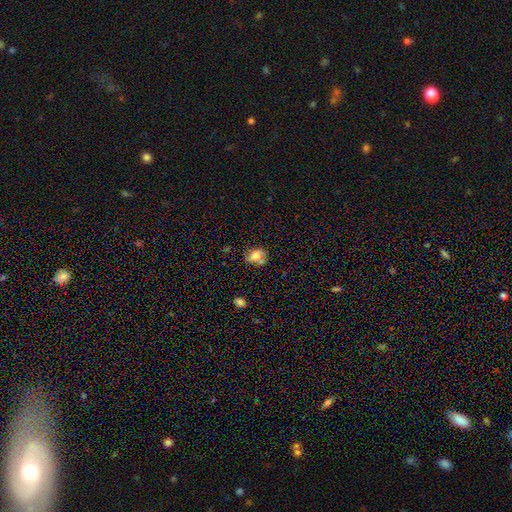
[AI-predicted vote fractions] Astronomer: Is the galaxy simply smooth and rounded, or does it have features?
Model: smooth — 69%.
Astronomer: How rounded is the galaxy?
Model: in between — 72%.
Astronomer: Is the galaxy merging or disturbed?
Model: none — 46% (runner-up: minor disturbance, 23%).